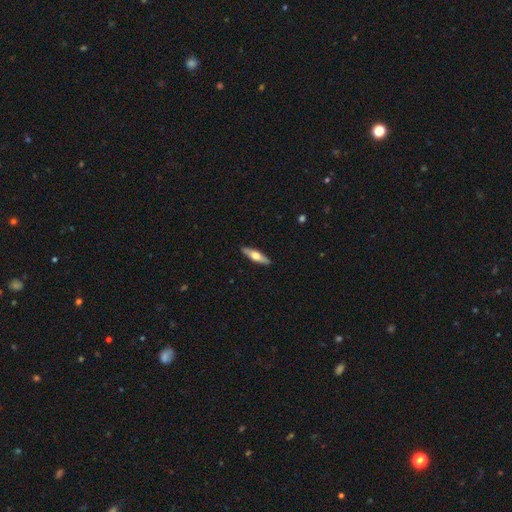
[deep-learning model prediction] Smooth or featured? featured or disk (51%)
Edge-on disk? yes (91%)
Merging? none (90%)